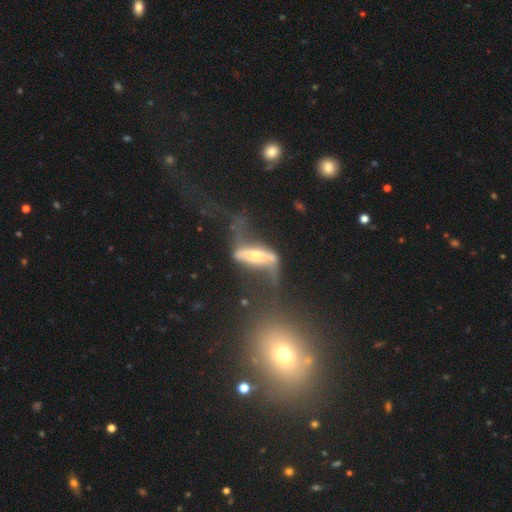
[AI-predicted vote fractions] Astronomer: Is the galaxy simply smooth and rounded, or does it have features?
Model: featured or disk — 75%.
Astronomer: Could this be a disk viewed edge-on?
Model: no — 62% (runner-up: yes, 38%).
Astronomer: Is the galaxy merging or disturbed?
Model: major disturbance — 42% (runner-up: none, 25%).